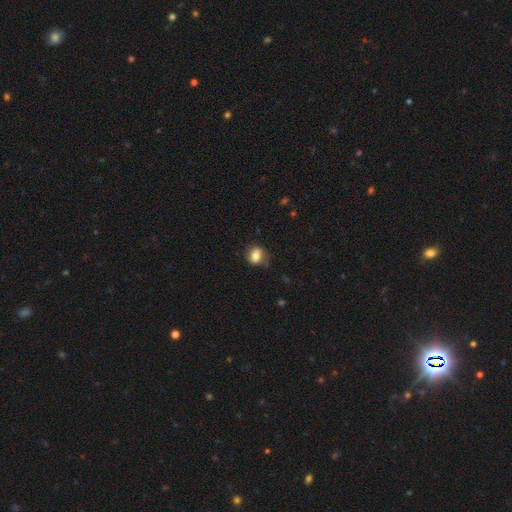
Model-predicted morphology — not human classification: Smooth or featured: smooth — 78% (featured or disk — 13%)
How rounded: in between — 52% (round — 46%)
Merging: none — 71% (minor disturbance — 21%)